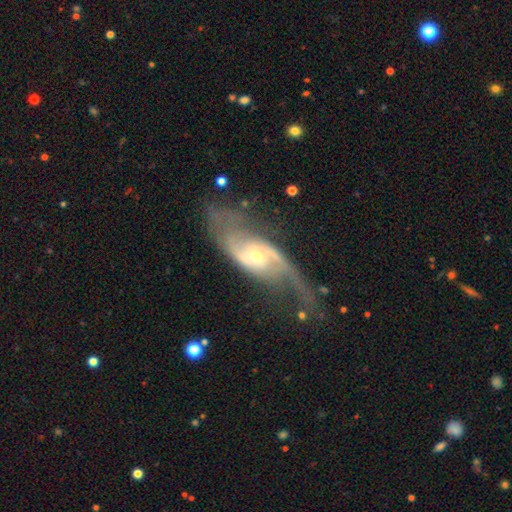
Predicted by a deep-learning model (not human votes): Smooth or featured? Predicted: featured or disk (p=0.87). Edge-on disk? Predicted: no (p=0.94). Bar? Predicted: no (p=0.44). Spiral arms? Predicted: yes (p=0.95). Spiral winding? Predicted: loose (p=0.63). Spiral arm count? Predicted: 2 (p=0.89). Bulge size? Predicted: small (p=0.55). Merging? Predicted: none (p=0.53).